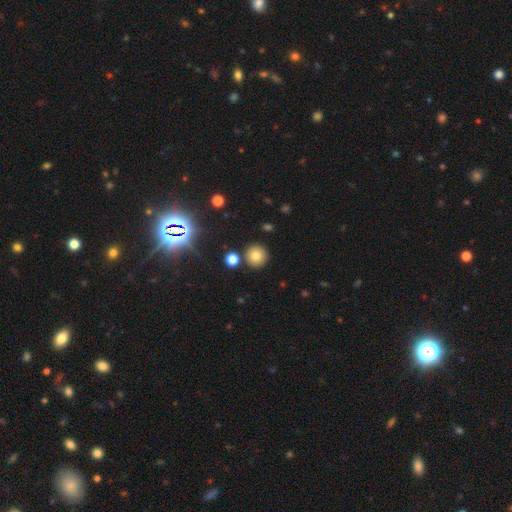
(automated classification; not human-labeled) A smooth galaxy with no disk features (77%) that is round (94%).

Vote fractions:
- Smooth or featured? smooth: 77% / star or artifact: 15% / featured or disk: 9%
- How rounded? round: 94% / in between: 5% / cigar-shaped: 1%
- Merging? none: 86% / minor disturbance: 6% / merger: 6% / major disturbance: 2%